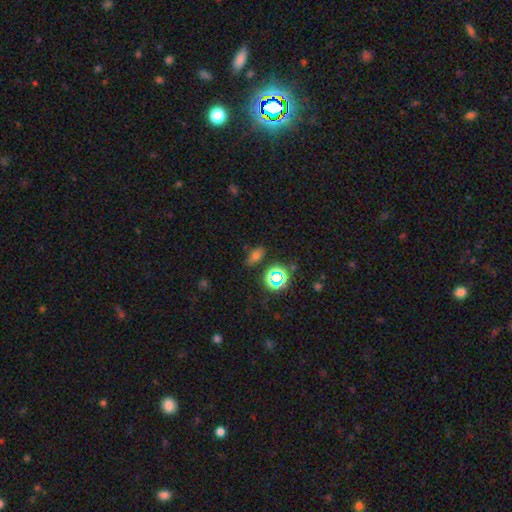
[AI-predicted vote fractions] This is likely a smooth galaxy (61%). How rounded: likely in between (79%). Merging: likely none (75%).